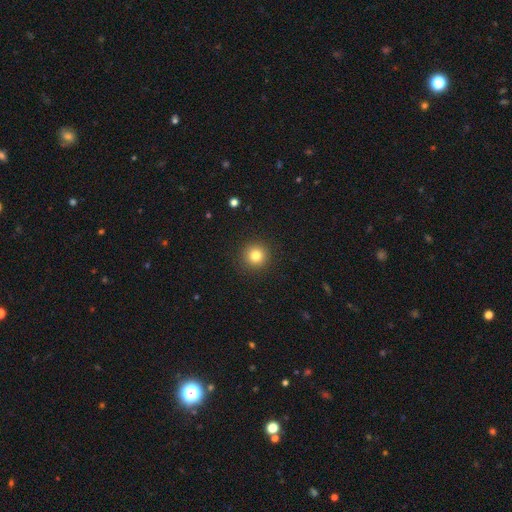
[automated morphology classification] Q: Smooth or featured?
A: smooth (81%); runner-up: star or artifact (12%)
Q: How rounded?
A: round (94%); runner-up: in between (5%)
Q: Merging?
A: none (92%); runner-up: minor disturbance (5%)